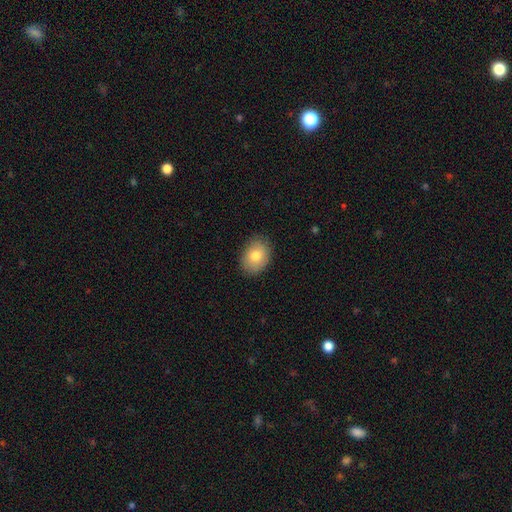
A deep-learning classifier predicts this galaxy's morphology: Q: Smooth or featured?
A: smooth (79%); runner-up: featured or disk (13%)
Q: How rounded?
A: in between (69%); runner-up: round (30%)
Q: Merging?
A: none (86%); runner-up: minor disturbance (11%)